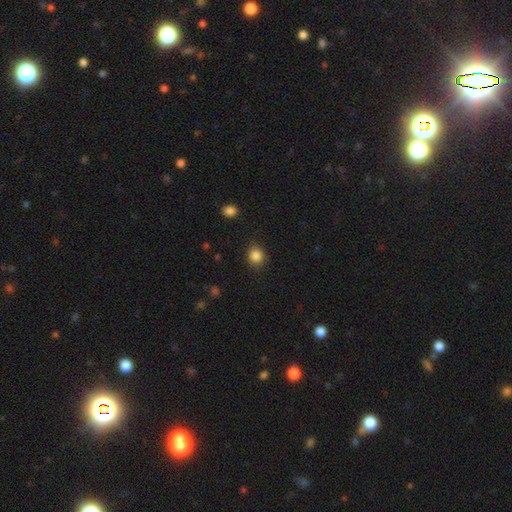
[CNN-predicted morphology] Smooth or featured?
  - smooth: 86% *
  - star or artifact: 10%
  - featured or disk: 4%
How rounded?
  - round: 80% *
  - in between: 19%
  - cigar-shaped: 1%
Merging?
  - none: 86% *
  - minor disturbance: 10%
  - major disturbance: 3%
  - merger: 1%